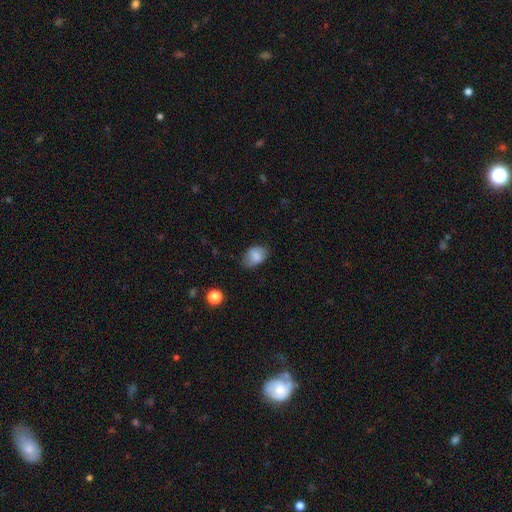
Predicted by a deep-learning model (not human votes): smooth 81%, featured or disk 11%, star or artifact 8%. Down the decision tree: how rounded — in between (84%); merging — none (70%).